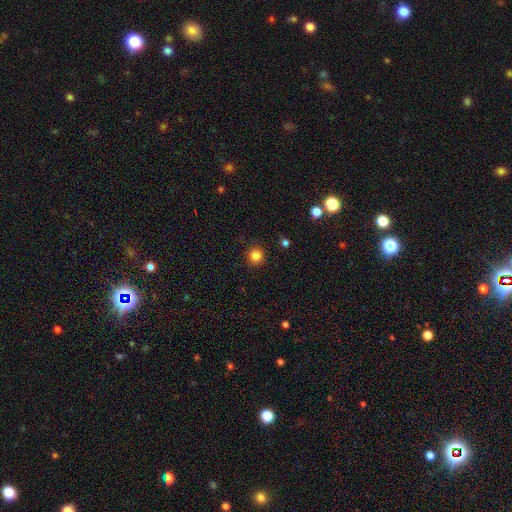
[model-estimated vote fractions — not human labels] Overall: smooth (84%). How rounded: round (92%). Merging: none (88%).